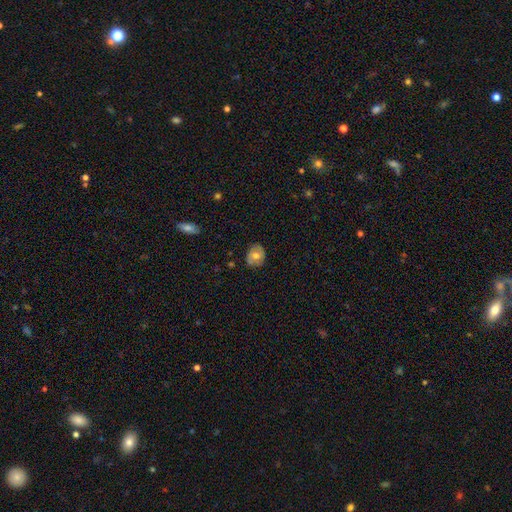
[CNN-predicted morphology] This appears to be a smooth galaxy with no disk features (58%) that is round (53%). Merging: none (79%).